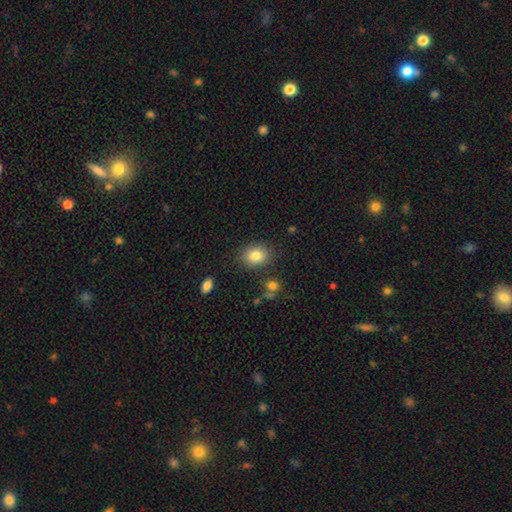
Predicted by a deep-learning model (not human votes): A smooth galaxy with no disk features (83%) that is round (50%).

Vote fractions:
- Smooth or featured? smooth: 83% / star or artifact: 10% / featured or disk: 7%
- How rounded? round: 50% / in between: 49% / cigar-shaped: 1%
- Merging? none: 84% / minor disturbance: 10% / major disturbance: 3% / merger: 3%